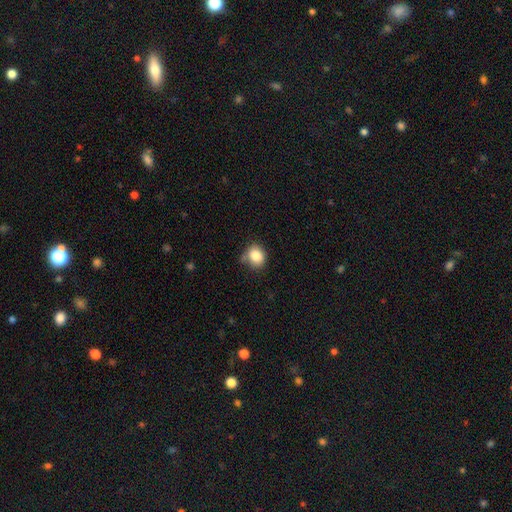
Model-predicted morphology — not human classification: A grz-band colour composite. It shows a smooth galaxy with no disk features (84%) that is round (69%). Merging: none (67%).